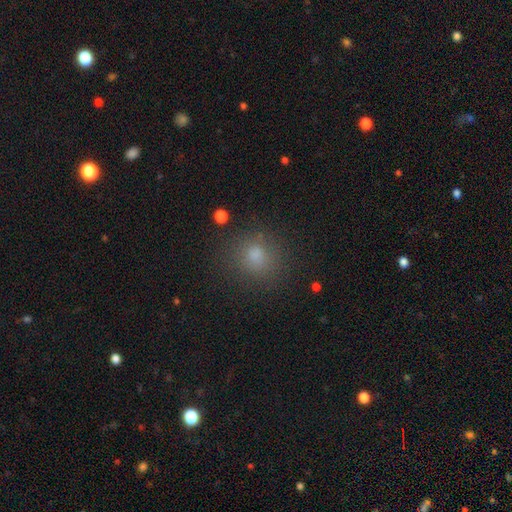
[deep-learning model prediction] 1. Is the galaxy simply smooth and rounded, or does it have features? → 78% smooth, 15% star or artifact, 7% featured or disk.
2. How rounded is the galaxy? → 85% round, 14% in between, 1% cigar-shaped.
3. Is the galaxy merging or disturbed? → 81% none, 11% minor disturbance, 5% major disturbance, 2% merger.